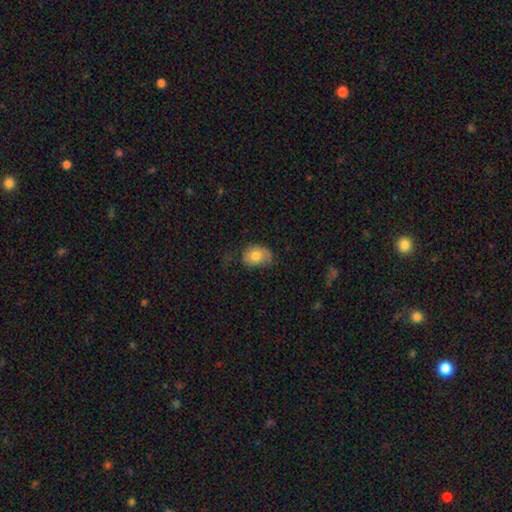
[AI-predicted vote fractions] Overall: smooth (73%). How rounded: in between (70%). Merging: none (45%; minor disturbance 35%).